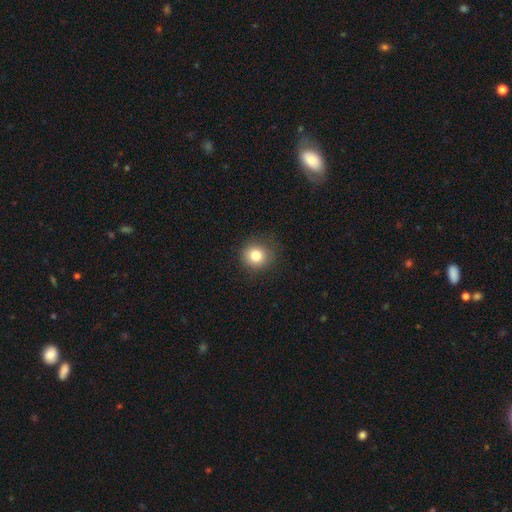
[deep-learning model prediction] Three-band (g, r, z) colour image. It shows a smooth galaxy with no disk features (80%) that is round (89%). Merging: none (87%).